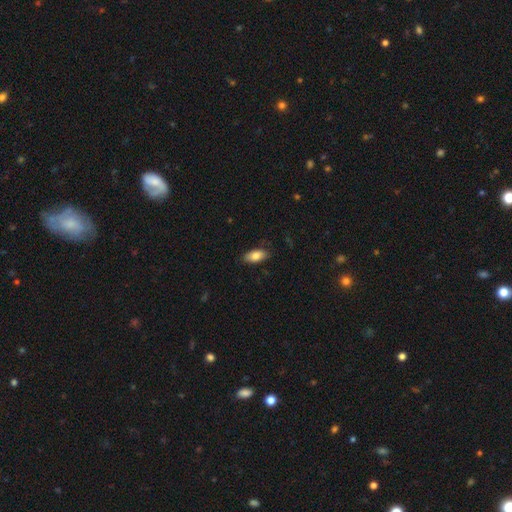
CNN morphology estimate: smooth-or-featured: smooth: 84% | featured or disk: 10% | star or artifact: 7%
  how-rounded: in between: 90% | cigar-shaped: 7% | round: 3%
  merging: none: 83% | minor disturbance: 13% | major disturbance: 3% | merger: 1%